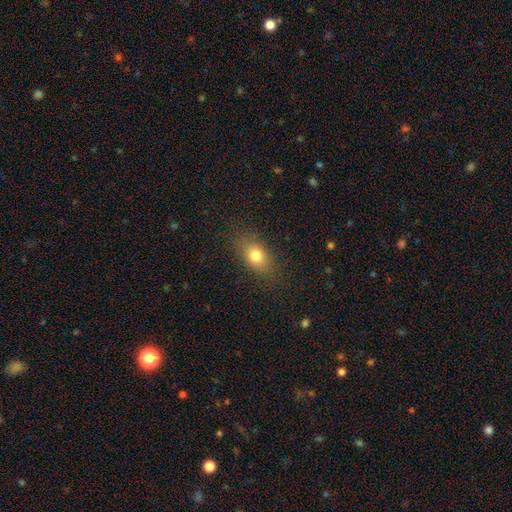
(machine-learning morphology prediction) smooth 78%, featured or disk 11%, star or artifact 11%. Down the decision tree: how rounded — in between (75%); merging — none (82%).